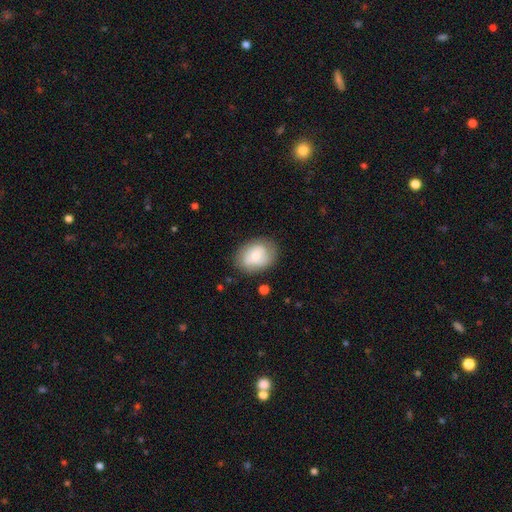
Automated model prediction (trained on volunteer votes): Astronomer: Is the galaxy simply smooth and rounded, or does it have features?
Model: smooth — 58% (runner-up: featured or disk, 35%).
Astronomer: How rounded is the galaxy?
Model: in between — 63%.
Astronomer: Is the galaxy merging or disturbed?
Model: none — 74%.